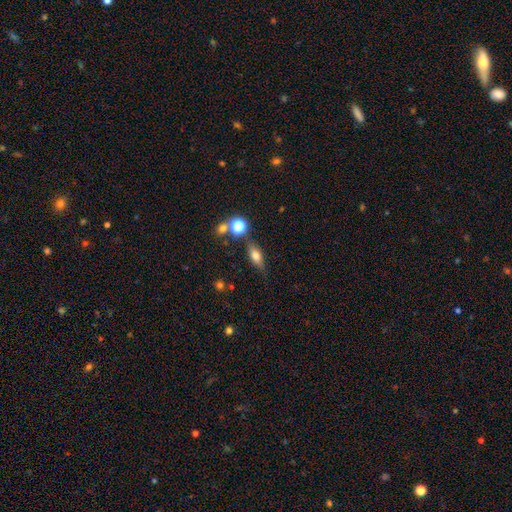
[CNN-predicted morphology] Q: Smooth or featured?
A: smooth (61%); runner-up: featured or disk (28%)
Q: How rounded?
A: in between (65%); runner-up: cigar-shaped (26%)
Q: Merging?
A: none (70%); runner-up: minor disturbance (16%)